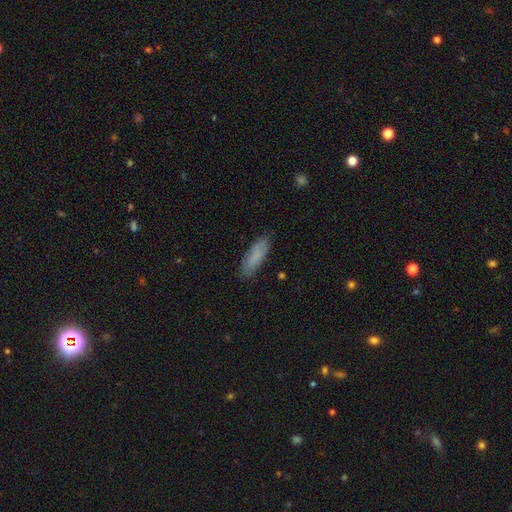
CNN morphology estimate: Smooth or featured: smooth — 83% (featured or disk — 10%)
How rounded: cigar-shaped — 51% (in between — 48%)
Merging: none — 85% (minor disturbance — 12%)